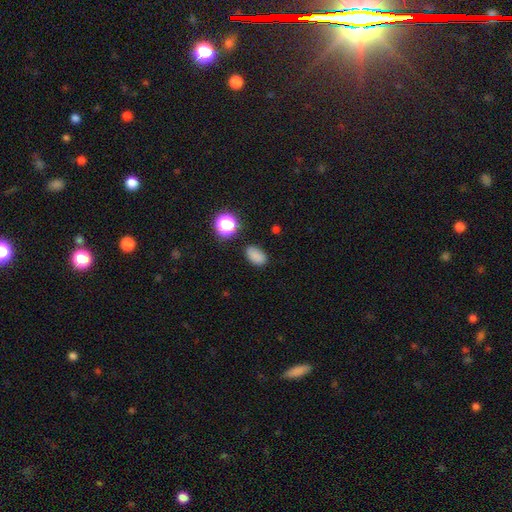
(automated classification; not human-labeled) Smooth or featured: smooth — 82% (star or artifact — 14%)
How rounded: in between — 87% (round — 11%)
Merging: none — 83% (minor disturbance — 12%)